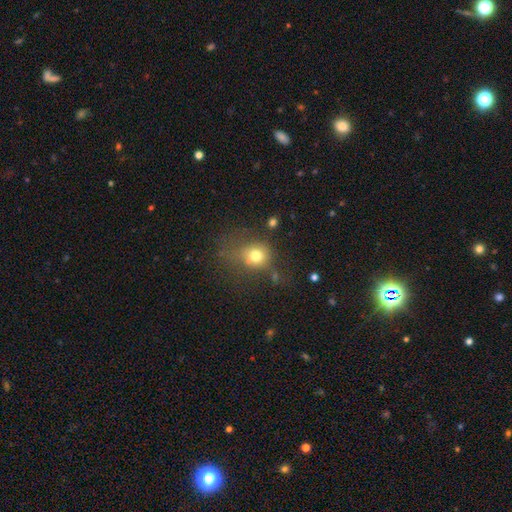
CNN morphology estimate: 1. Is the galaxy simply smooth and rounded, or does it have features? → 73% smooth, 14% star or artifact, 12% featured or disk.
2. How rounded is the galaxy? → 75% round, 24% in between, 1% cigar-shaped.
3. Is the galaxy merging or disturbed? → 47% none, 24% major disturbance, 23% minor disturbance, 7% merger.